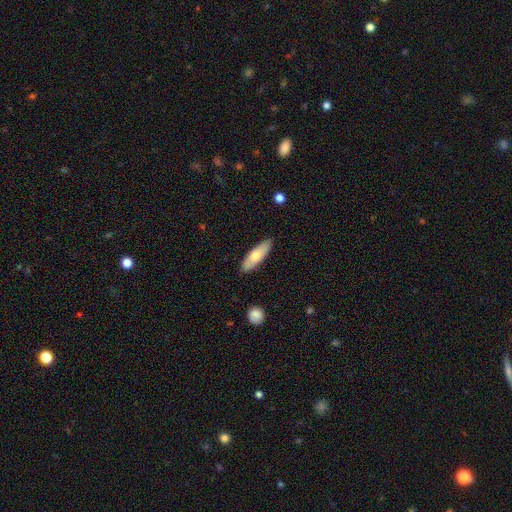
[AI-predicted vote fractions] Morphology: type=smooth (70%); roundness=in between (53%); merging=none (86%).